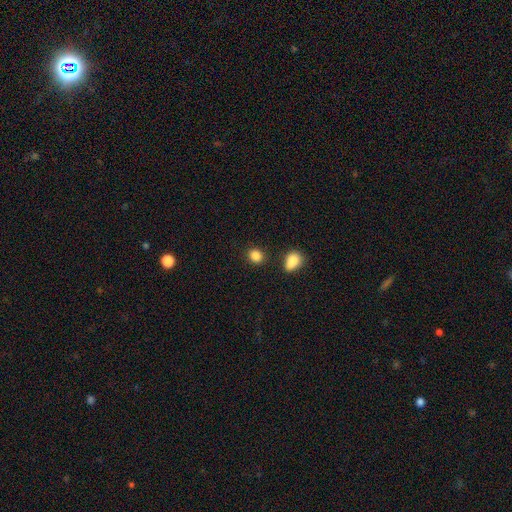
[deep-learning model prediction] Morphology: type=smooth (87%); roundness=round (67%); merging=none (83%).